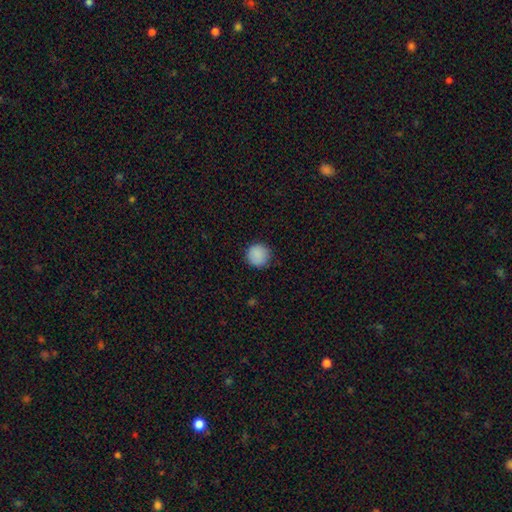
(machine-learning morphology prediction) Overall: smooth (89%). How rounded: round (95%). Merging: none (89%).